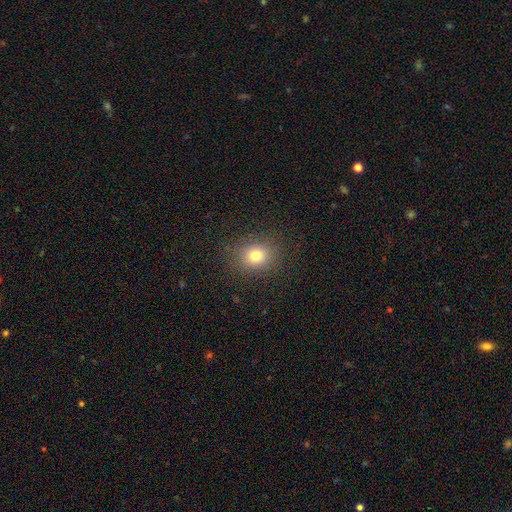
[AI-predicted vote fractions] Smooth or featured?
  - smooth: 77% *
  - star or artifact: 15%
  - featured or disk: 9%
How rounded?
  - round: 68% *
  - in between: 31%
  - cigar-shaped: 1%
Merging?
  - none: 87% *
  - minor disturbance: 8%
  - major disturbance: 3%
  - merger: 1%